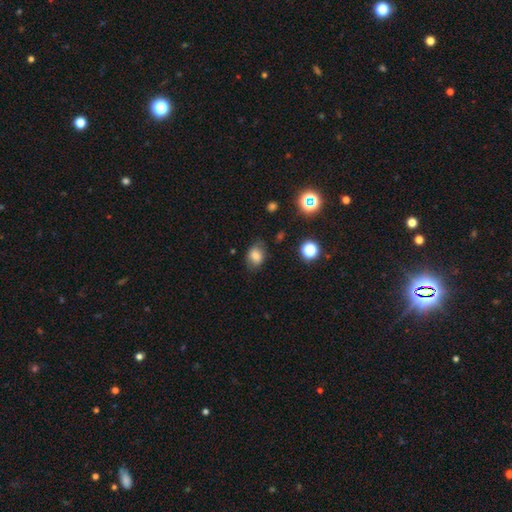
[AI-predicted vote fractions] A smooth galaxy with no disk features (76%) that is in between round and cigar-shaped (63%). Merging: none (71%).